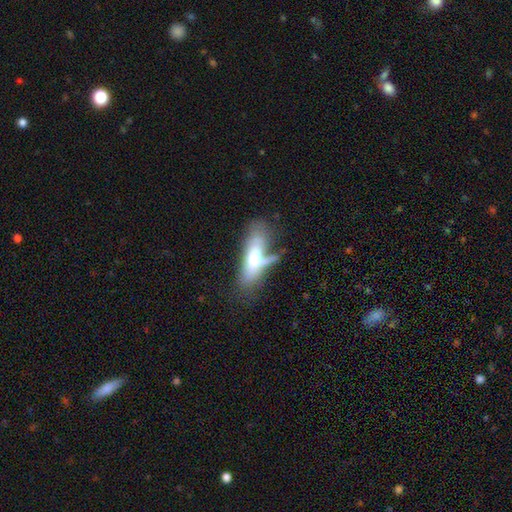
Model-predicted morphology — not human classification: This appears to be a smooth galaxy with no disk features (57%) that is in between round and cigar-shaped (54%). Merging: none (34%).